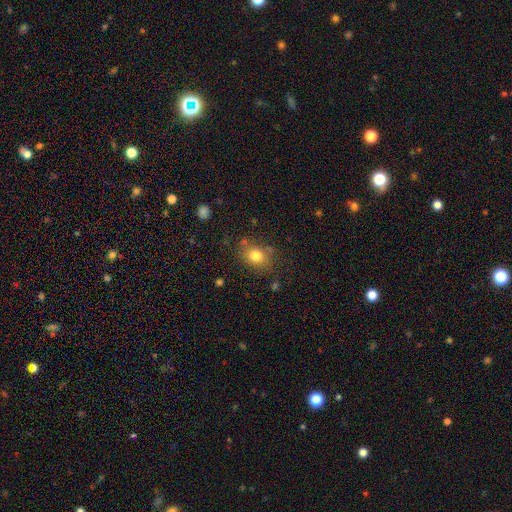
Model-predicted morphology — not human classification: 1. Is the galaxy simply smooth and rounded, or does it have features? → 79% smooth, 11% star or artifact, 10% featured or disk.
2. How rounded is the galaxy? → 51% in between, 48% round, 1% cigar-shaped.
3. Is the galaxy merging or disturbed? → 76% none, 15% minor disturbance, 5% major disturbance, 4% merger.